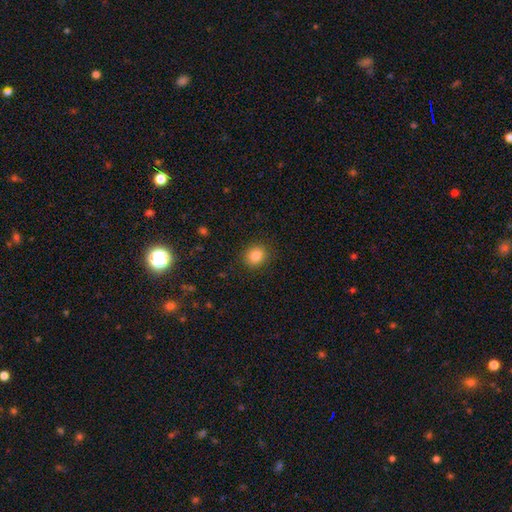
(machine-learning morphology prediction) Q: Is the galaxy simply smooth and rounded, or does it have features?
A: smooth — 84%.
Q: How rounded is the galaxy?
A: round — 73%.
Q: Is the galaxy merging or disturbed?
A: none — 89%.